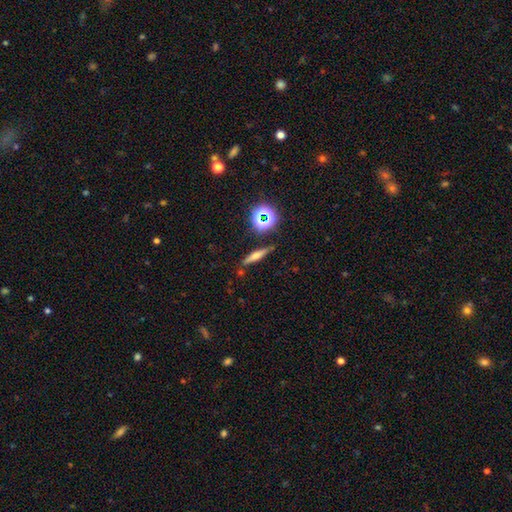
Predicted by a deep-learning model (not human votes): Smooth or featured? Predicted: smooth (p=0.46). Merging? Predicted: none (p=0.82).